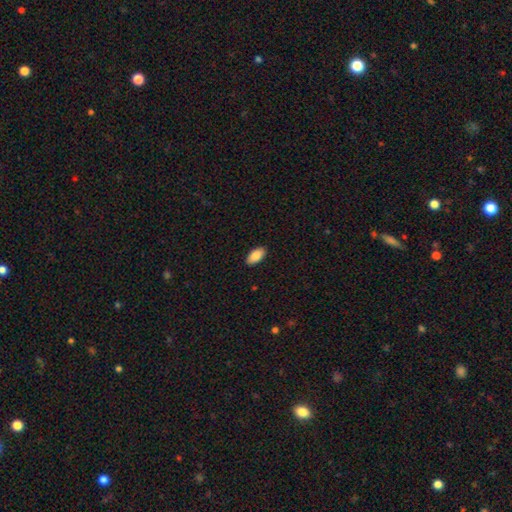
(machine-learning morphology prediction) smooth-or-featured: smooth: 87% | star or artifact: 7% | featured or disk: 7%
  how-rounded: in between: 93% | cigar-shaped: 5% | round: 2%
  merging: none: 89% | minor disturbance: 8% | major disturbance: 2% | merger: 1%